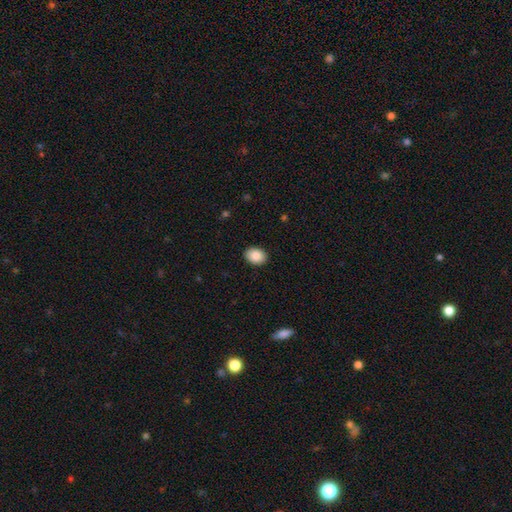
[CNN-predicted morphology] Smooth or featured?
  - smooth: 88% *
  - star or artifact: 7%
  - featured or disk: 5%
How rounded?
  - in between: 73% *
  - round: 26%
  - cigar-shaped: 1%
Merging?
  - none: 90% *
  - minor disturbance: 7%
  - major disturbance: 2%
  - merger: 1%